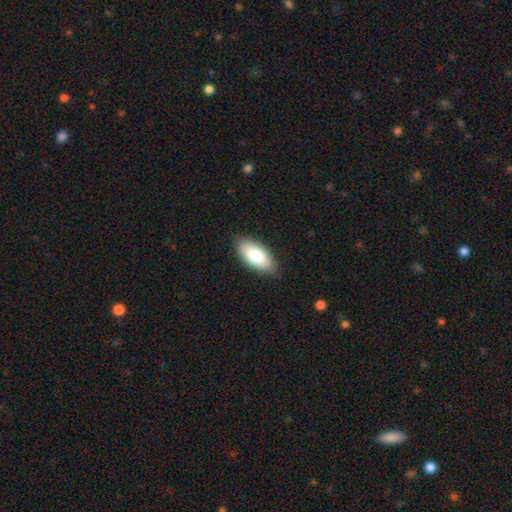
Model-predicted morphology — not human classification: smooth 80%, featured or disk 14%, star or artifact 6%. Down the decision tree: how rounded — in between (90%); merging — none (85%).